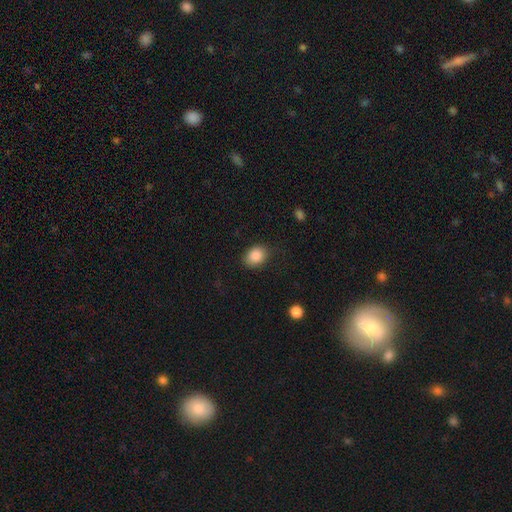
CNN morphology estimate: This appears to be a smooth galaxy with no disk features (87%) that is in between round and cigar-shaped (59%). Merging: none (82%).